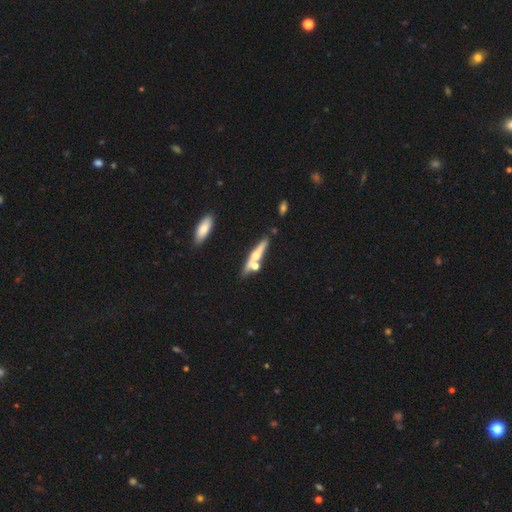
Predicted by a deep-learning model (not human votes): Smooth or featured?
  - featured or disk: 54% *
  - smooth: 39%
  - star or artifact: 7%
Edge-on disk?
  - yes: 90% *
  - no: 10%
Merging?
  - none: 63% *
  - merger: 20%
  - minor disturbance: 12%
  - major disturbance: 4%